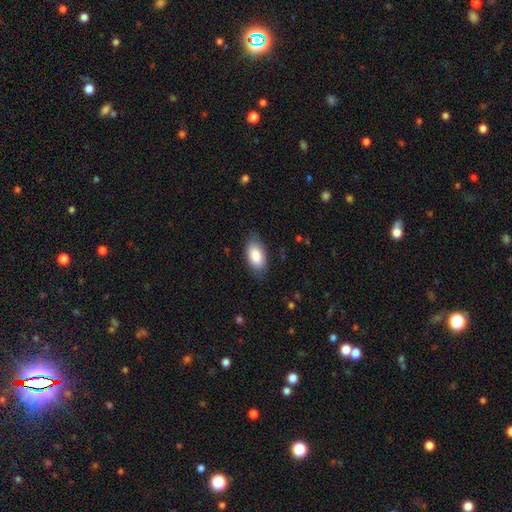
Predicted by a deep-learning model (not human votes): This is clearly a smooth galaxy (87%). How rounded: clearly in between (94%). Merging: clearly none (81%).